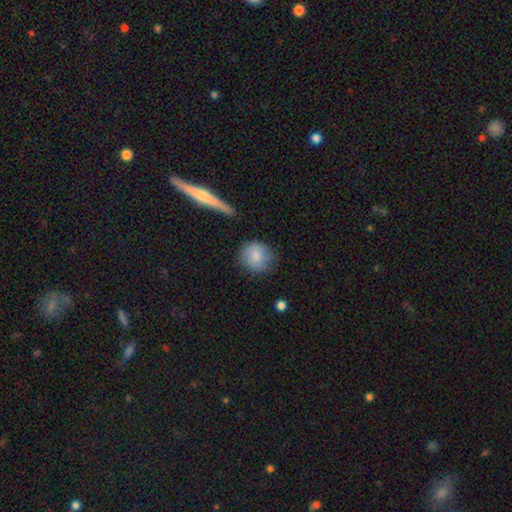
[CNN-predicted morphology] The model was most divided on "merging": none: 76%, minor disturbance: 17%, major disturbance: 5%, merger: 2%. More confident: how rounded — round (88%); smooth or featured — smooth (84%).